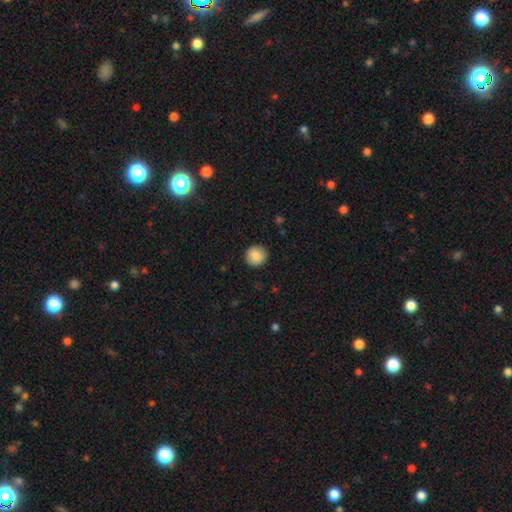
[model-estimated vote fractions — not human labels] smooth_or_featured: smooth (p=0.87) [alt: star or artifact p=0.08]
how_rounded: round (p=0.94) [alt: in between p=0.05]
merging: none (p=0.92) [alt: minor disturbance p=0.06]